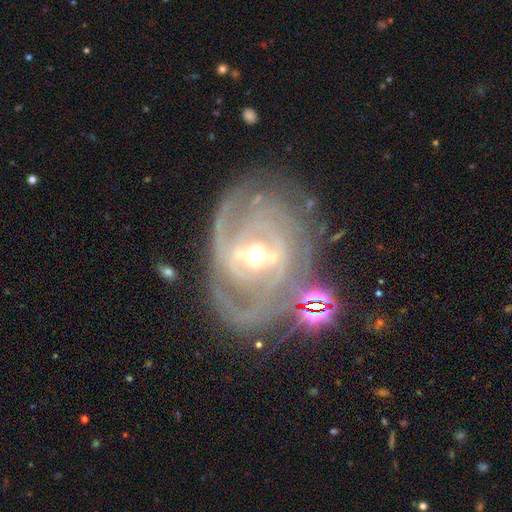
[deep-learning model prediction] smooth-or-featured: featured or disk: 88% | smooth: 6% | star or artifact: 6%
  disk-edge-on: no: 96% | yes: 4%
    bar: weak: 40% | strong: 36% | no: 25%
    has-spiral-arms: yes: 90% | no: 10%
      spiral-winding: tight: 59% | medium: 31% | loose: 10%
      spiral-arm-count: 2: 33% | can't tell: 29% | 3: 17% | 4: 8% | 1: 7% | more than 4: 6%
    bulge-size: moderate: 66% | small: 26% | large: 5% | none: 1% | dominant: 1%
  merging: none: 52% | minor disturbance: 19% | major disturbance: 15% | merger: 14%